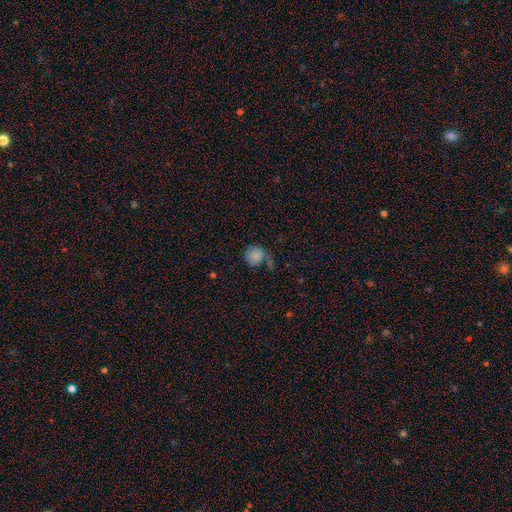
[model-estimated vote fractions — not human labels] Smooth or featured? smooth (78%)
How rounded? round (81%)
Merging? none (49%)